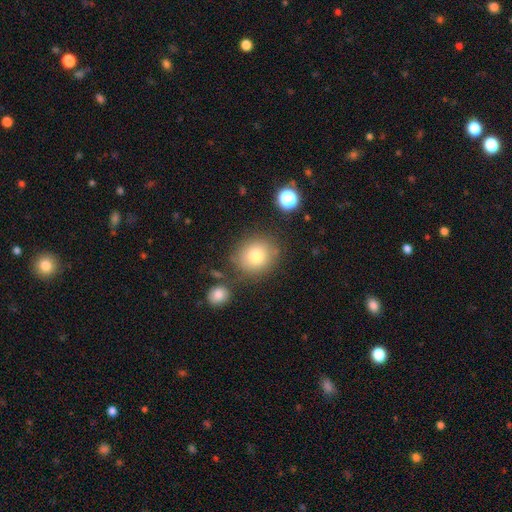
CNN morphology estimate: smooth 78%, star or artifact 11%, featured or disk 10%. Down the decision tree: how rounded — round (82%); merging — none (77%).